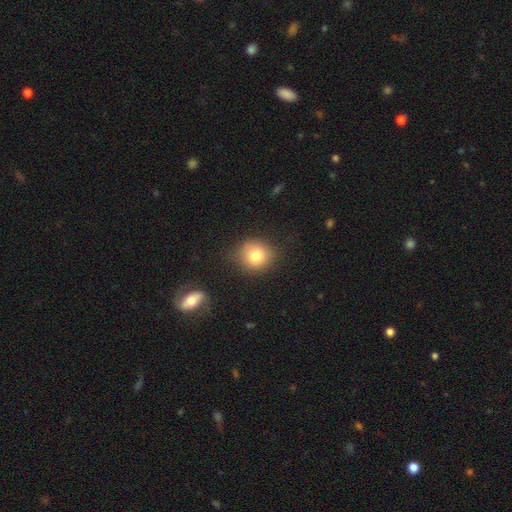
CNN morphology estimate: Smooth or featured? Predicted: smooth (p=0.80). How rounded? Predicted: round (p=0.83). Merging? Predicted: none (p=0.81).